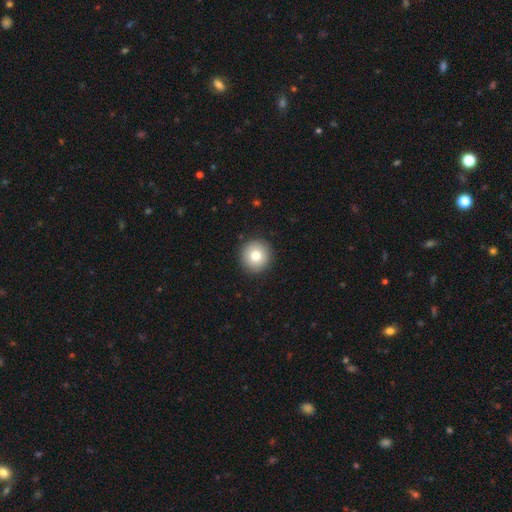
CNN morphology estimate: Smooth or featured? Predicted: smooth (p=0.79). How rounded? Predicted: round (p=0.95). Merging? Predicted: none (p=0.92).